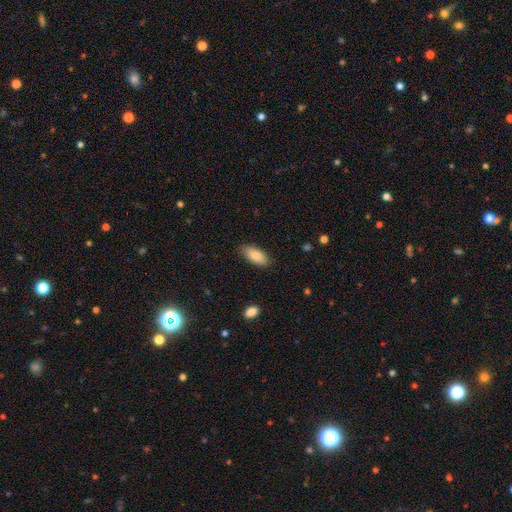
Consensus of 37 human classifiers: This appears to be a smooth galaxy with no disk features (97%) that is in between round and cigar-shaped (78%). Merging: none (92%).